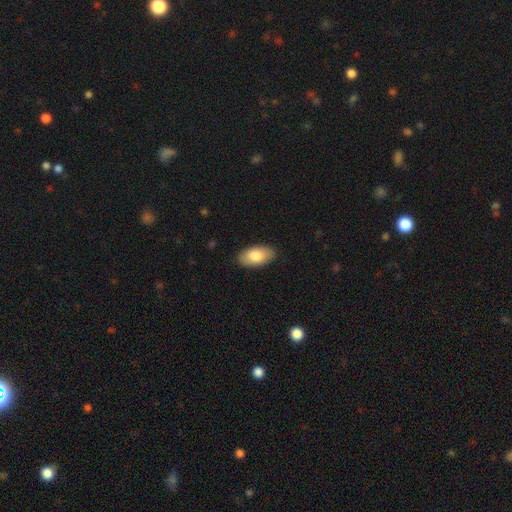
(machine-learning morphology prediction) A smooth galaxy with no disk features (82%) that is in between round and cigar-shaped (94%). Merging: none (87%).